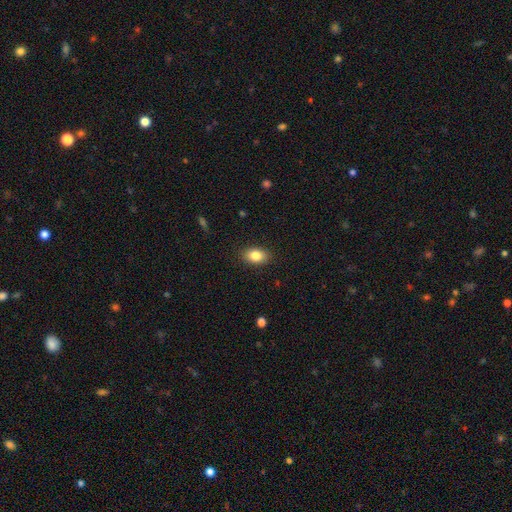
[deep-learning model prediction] The model was most divided on "how rounded": in between: 87%, round: 11%, cigar-shaped: 2%. More confident: merging — none (88%); smooth or featured — smooth (84%).